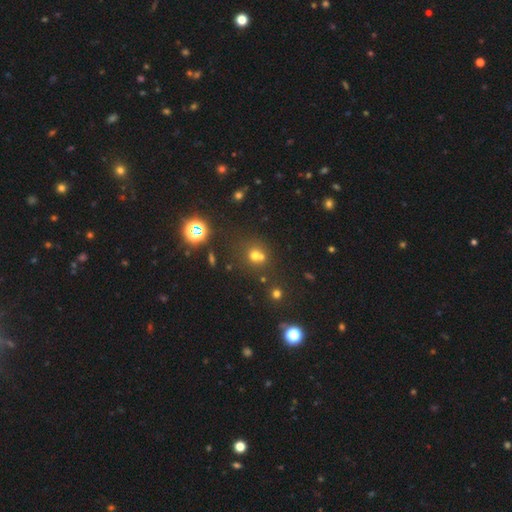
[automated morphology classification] type=smooth (59%); roundness=round (83%); merging=none (47%).